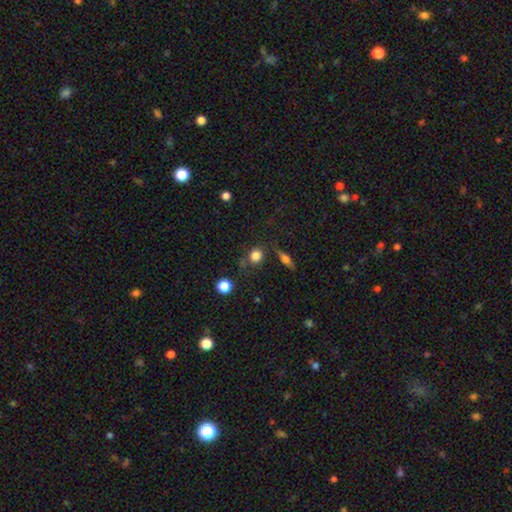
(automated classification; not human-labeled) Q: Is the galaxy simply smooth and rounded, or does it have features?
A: smooth — 80%.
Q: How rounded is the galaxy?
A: round — 78%.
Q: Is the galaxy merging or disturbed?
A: none — 71%.